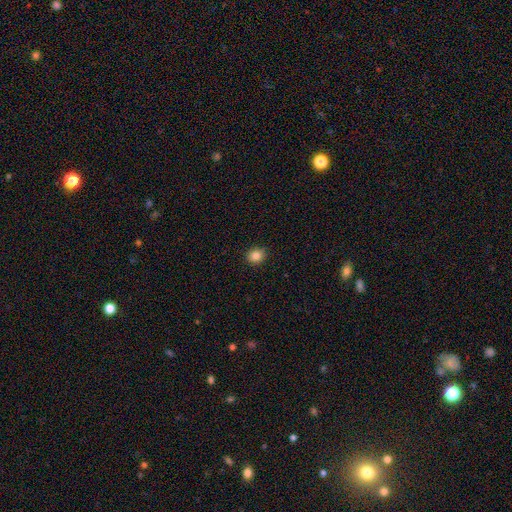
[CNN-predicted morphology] This is clearly a smooth galaxy (86%). How rounded: likely round (78%). Merging: clearly none (90%).